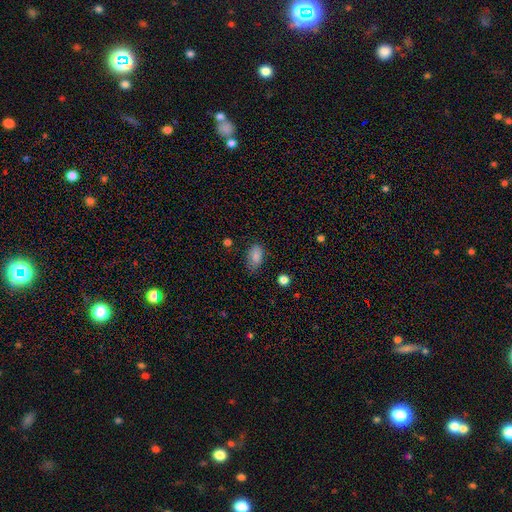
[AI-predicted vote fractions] Smooth or featured: smooth — 85% (star or artifact — 8%)
How rounded: in between — 92% (round — 6%)
Merging: none — 70% (minor disturbance — 24%)